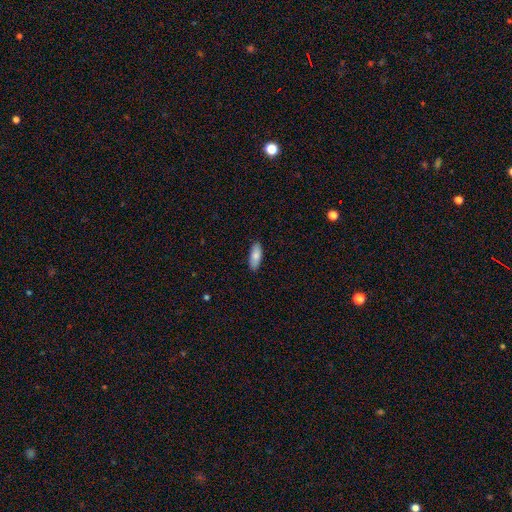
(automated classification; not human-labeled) smooth 82%, featured or disk 12%, star or artifact 6%. Down the decision tree: how rounded — in between (76%); merging — none (89%).